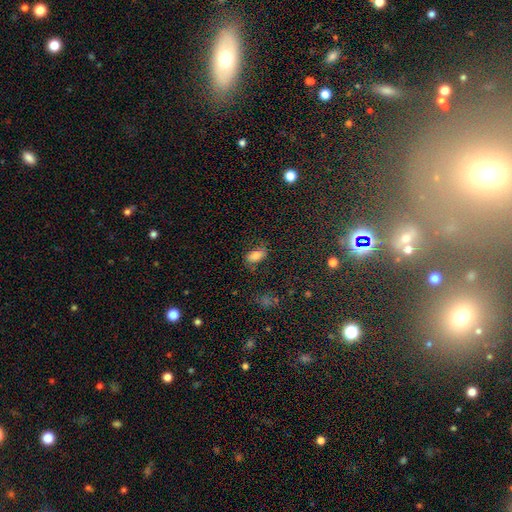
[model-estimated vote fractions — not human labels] smooth-or-featured: smooth: 77% | featured or disk: 12% | star or artifact: 11%
  how-rounded: in between: 89% | round: 5% | cigar-shaped: 5%
  merging: none: 73% | minor disturbance: 18% | major disturbance: 6% | merger: 3%